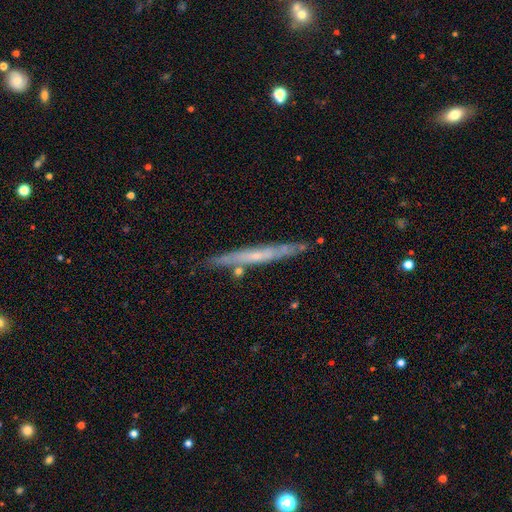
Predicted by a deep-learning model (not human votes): The model was most divided on "smooth or featured": featured or disk: 60%, smooth: 33%, star or artifact: 6%. More confident: edge-on disk — yes (89%); merging — none (80%); edge-on bulge — none (68%).